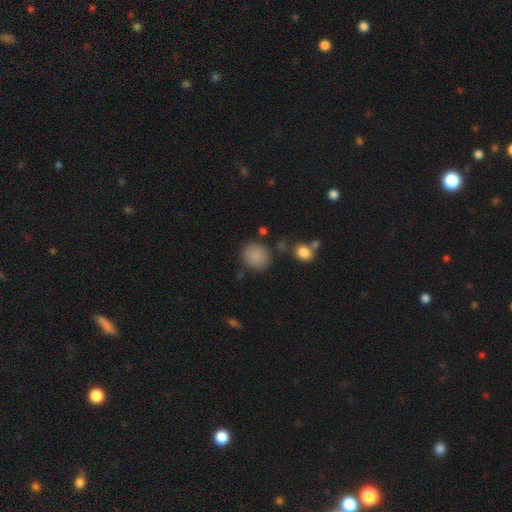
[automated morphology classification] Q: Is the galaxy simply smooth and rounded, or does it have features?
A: smooth — 86%.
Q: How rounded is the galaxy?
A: round — 86%.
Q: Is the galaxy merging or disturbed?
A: none — 83%.